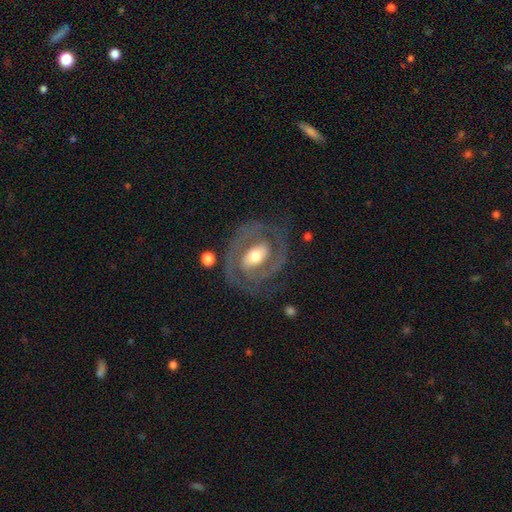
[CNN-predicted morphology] Smooth or featured?
  - featured or disk: 85% *
  - smooth: 10%
  - star or artifact: 5%
Edge-on disk?
  - no: 97% *
  - yes: 3%
Bar?
  - no: 37% *
  - weak: 36%
  - strong: 27%
Spiral arms?
  - yes: 87% *
  - no: 13%
Spiral winding?
  - tight: 54% *
  - medium: 37%
  - loose: 9%
Spiral arm count?
  - 2: 77% *
  - can't tell: 9%
  - 3: 6%
  - 1: 4%
  - 4: 2%
  - more than 4: 2%
Bulge size?
  - moderate: 65% *
  - large: 16%
  - small: 16%
  - dominant: 2%
  - none: 1%
Merging?
  - none: 76% *
  - minor disturbance: 14%
  - major disturbance: 9%
  - merger: 2%